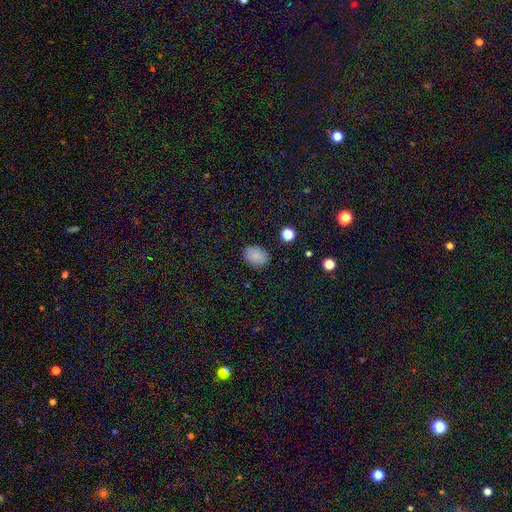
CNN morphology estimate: type=smooth (85%); roundness=in between (73%); merging=none (84%).